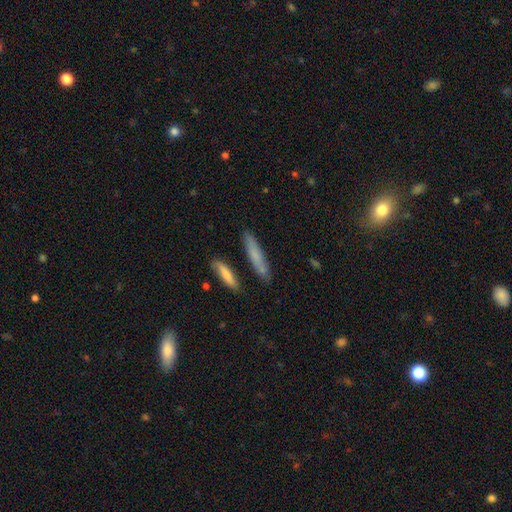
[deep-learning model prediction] A smooth galaxy with no disk features (68%) that is cigar-shaped (90%). Merging: none (83%).